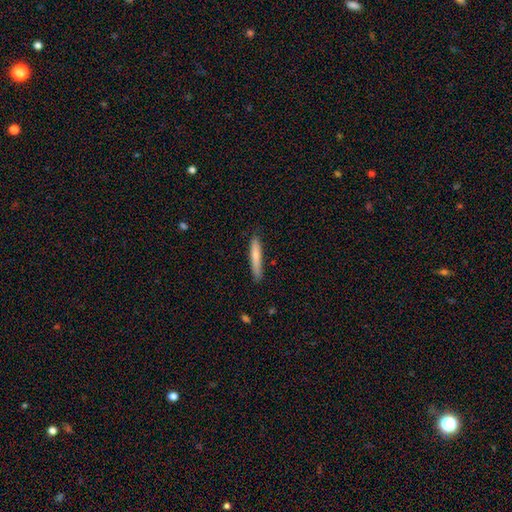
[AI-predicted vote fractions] A smooth galaxy with no disk features (74%) that is cigar-shaped (92%).

Vote fractions:
- Smooth or featured? smooth: 74% / featured or disk: 20% / star or artifact: 6%
- How rounded? cigar-shaped: 92% / in between: 7% / round: 1%
- Merging? none: 83% / minor disturbance: 14% / major disturbance: 2% / merger: 2%